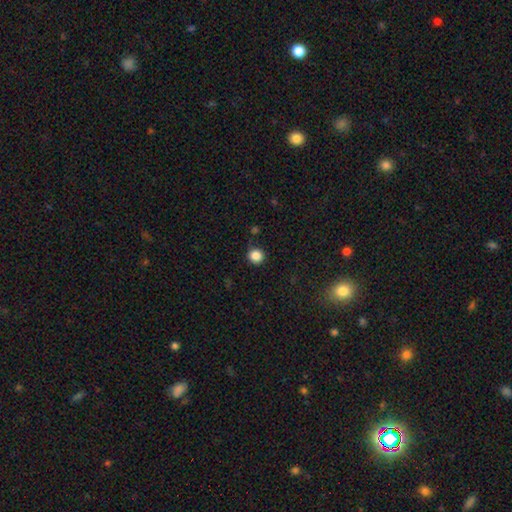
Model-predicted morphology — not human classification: A smooth galaxy with no disk features (86%) that is round (93%). Merging: none (89%).